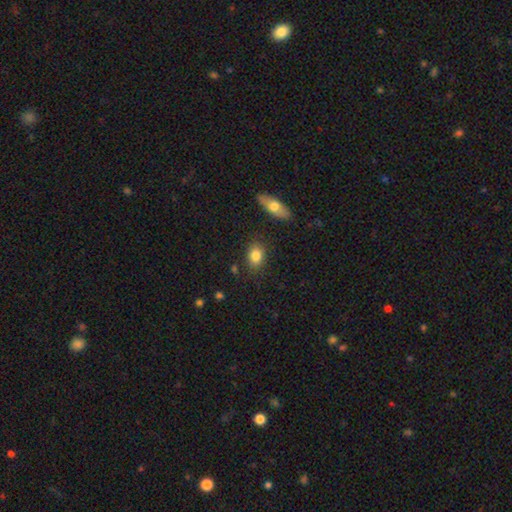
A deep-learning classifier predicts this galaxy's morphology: Smooth or featured? smooth (82%)
How rounded? in between (71%)
Merging? none (83%)